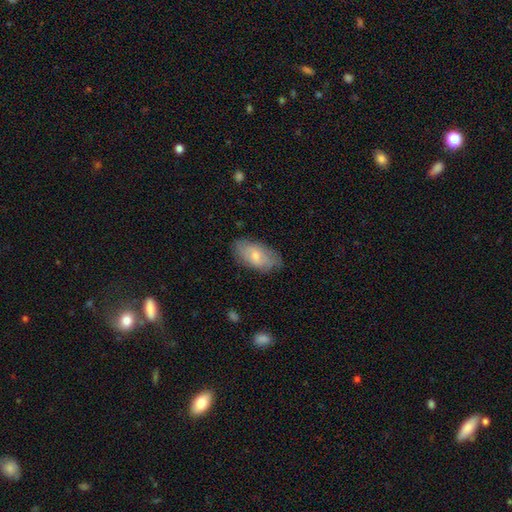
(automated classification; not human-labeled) A smooth galaxy with no disk features (62%) that is in between round and cigar-shaped (93%). Merging: none (74%).